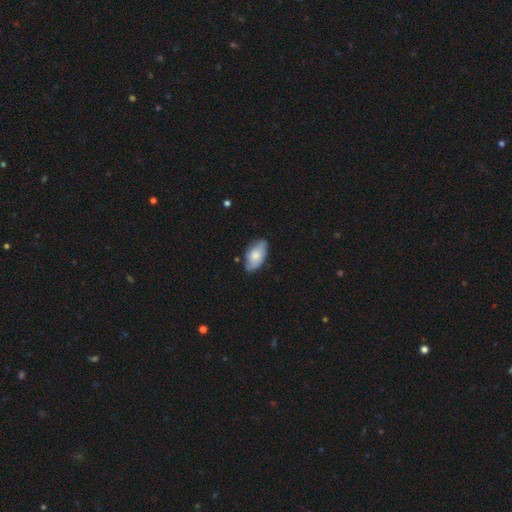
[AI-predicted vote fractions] smooth-or-featured: smooth: 68% | featured or disk: 26% | star or artifact: 6%
  how-rounded: in between: 94% | round: 3% | cigar-shaped: 3%
  merging: none: 70% | minor disturbance: 24% | major disturbance: 4% | merger: 2%